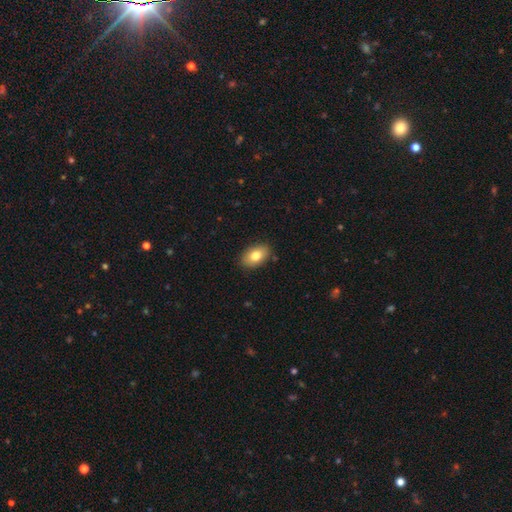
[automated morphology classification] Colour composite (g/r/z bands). It shows a smooth galaxy with no disk features (81%) that is in between round and cigar-shaped (89%). Merging: none (87%).